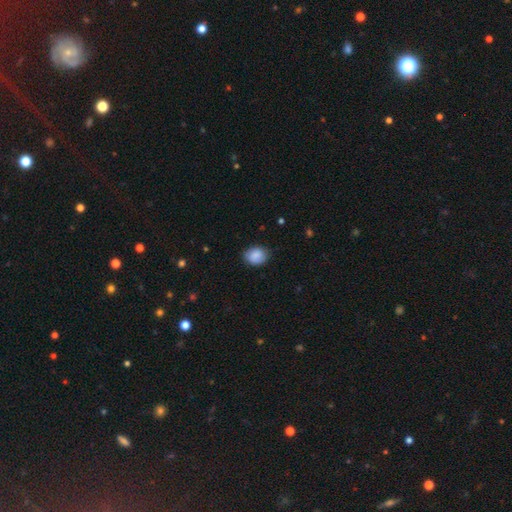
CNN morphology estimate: Smooth or featured? smooth (86%)
How rounded? in between (51%)
Merging? none (78%)